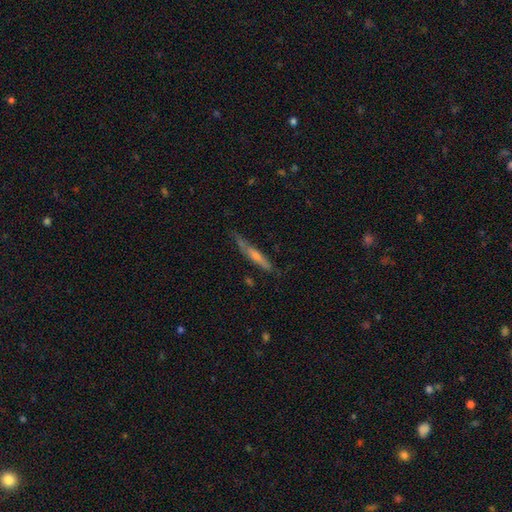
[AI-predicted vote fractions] A featured or disk galaxy (56%) viewed edge-on (89%). Merging: none (71%).